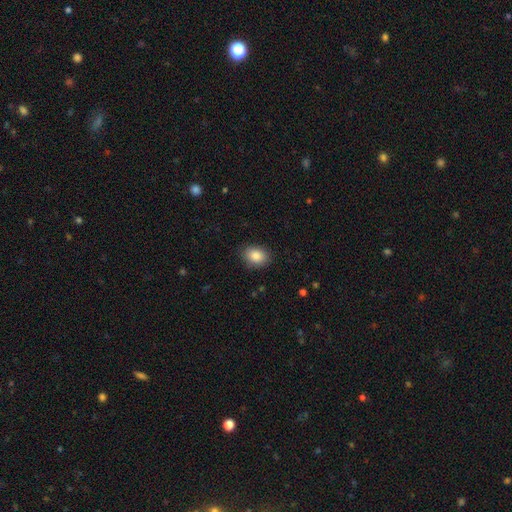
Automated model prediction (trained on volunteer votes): A smooth galaxy with no disk features (86%) that is in between round and cigar-shaped (73%). Merging: none (86%).